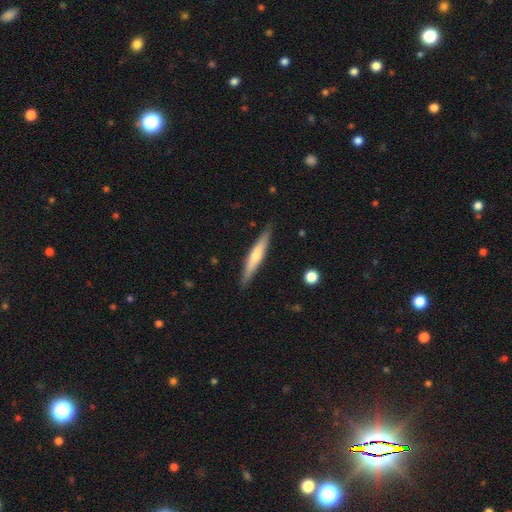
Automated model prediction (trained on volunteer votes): smooth-or-featured: featured or disk: 53% | smooth: 41% | star or artifact: 6%
  disk-edge-on: yes: 94% | no: 6%
  merging: none: 88% | minor disturbance: 9% | major disturbance: 2% | merger: 1%